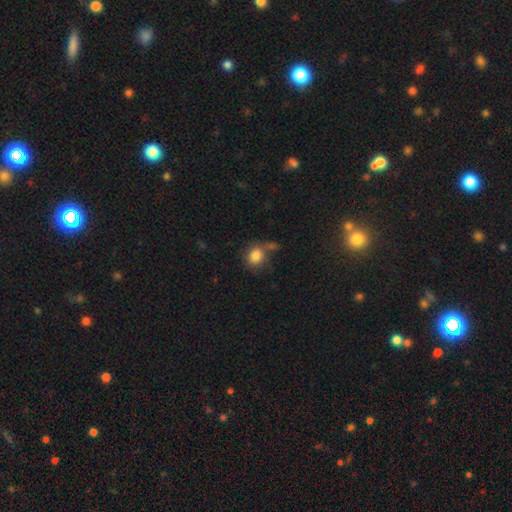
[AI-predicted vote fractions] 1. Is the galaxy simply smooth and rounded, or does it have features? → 83% smooth, 9% star or artifact, 7% featured or disk.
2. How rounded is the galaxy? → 61% round, 38% in between, 1% cigar-shaped.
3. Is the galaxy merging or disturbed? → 52% none, 19% merger, 19% minor disturbance, 10% major disturbance.